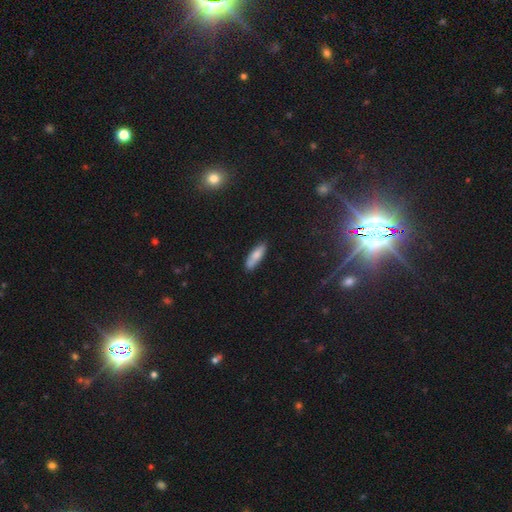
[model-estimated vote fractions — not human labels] This appears to be a smooth galaxy with no disk features (79%) that is cigar-shaped (55%). Merging: none (80%).